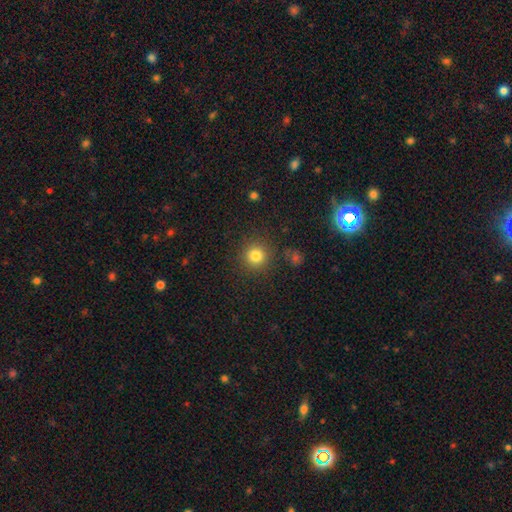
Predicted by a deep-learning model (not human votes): smooth 82%, star or artifact 13%, featured or disk 6%. Down the decision tree: how rounded — round (94%); merging — none (88%).